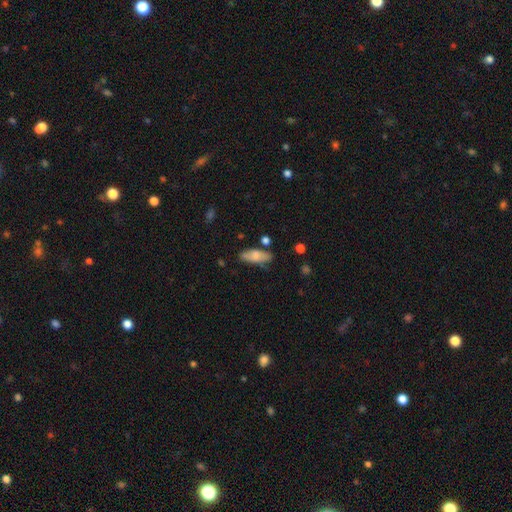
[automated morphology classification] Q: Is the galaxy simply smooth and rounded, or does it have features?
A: smooth — 75%.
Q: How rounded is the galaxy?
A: in between — 70%.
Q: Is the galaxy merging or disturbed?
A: none — 72%.